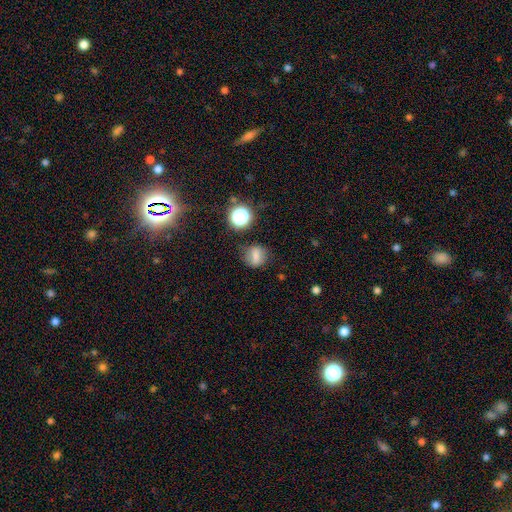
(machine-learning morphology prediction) The model was most divided on "how rounded": round: 58%, in between: 38%, cigar-shaped: 3%. More confident: merging — none (73%); smooth or featured — smooth (66%).